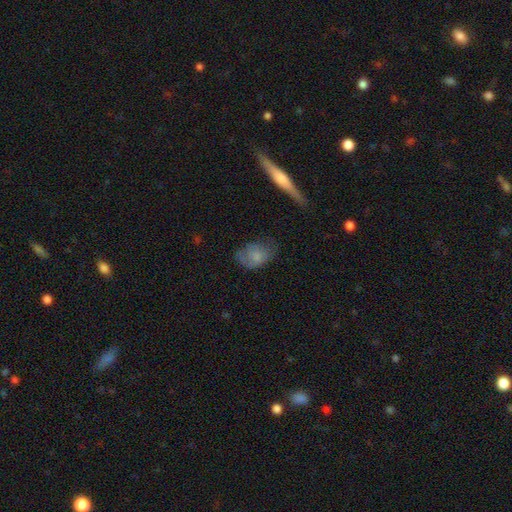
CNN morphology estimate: smooth 71%, featured or disk 20%, star or artifact 9%. Down the decision tree: how rounded — in between (82%); merging — none (47%).